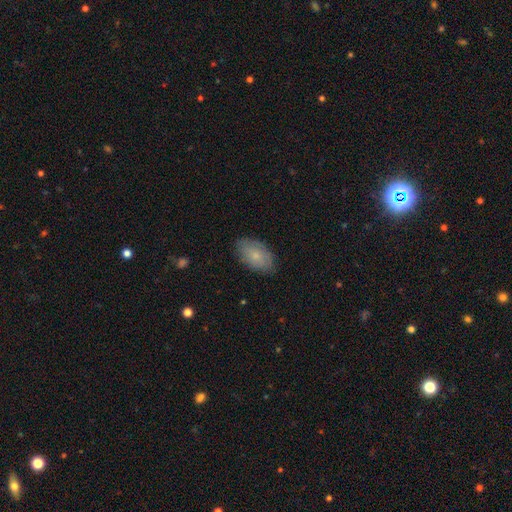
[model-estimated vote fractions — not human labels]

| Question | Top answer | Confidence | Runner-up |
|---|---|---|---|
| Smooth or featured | smooth | 73% | featured or disk (20%) |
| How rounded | in between | 93% | round (5%) |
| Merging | none | 82% | minor disturbance (14%) |